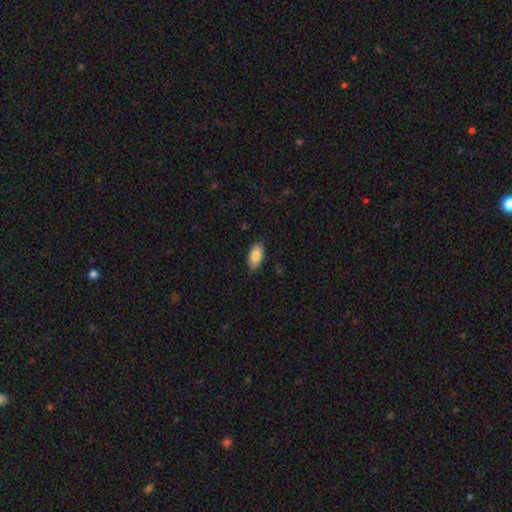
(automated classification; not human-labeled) Q: Smooth or featured?
A: smooth (86%); runner-up: featured or disk (8%)
Q: How rounded?
A: in between (94%); runner-up: cigar-shaped (4%)
Q: Merging?
A: none (87%); runner-up: minor disturbance (10%)